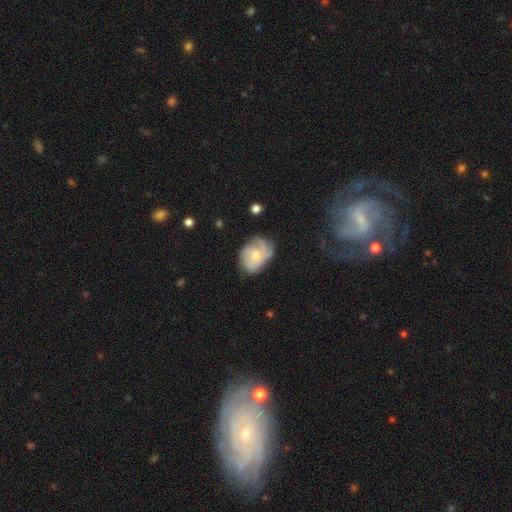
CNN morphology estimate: Smooth or featured? Predicted: featured or disk (p=0.64). Edge-on disk? Predicted: no (p=0.97). Bar? Predicted: no (p=0.74). Spiral arms? Predicted: yes (p=0.84). Spiral winding? Predicted: tight (p=0.44). Spiral arm count? Predicted: can't tell (p=0.35). Bulge size? Predicted: moderate (p=0.47). Merging? Predicted: none (p=0.50).